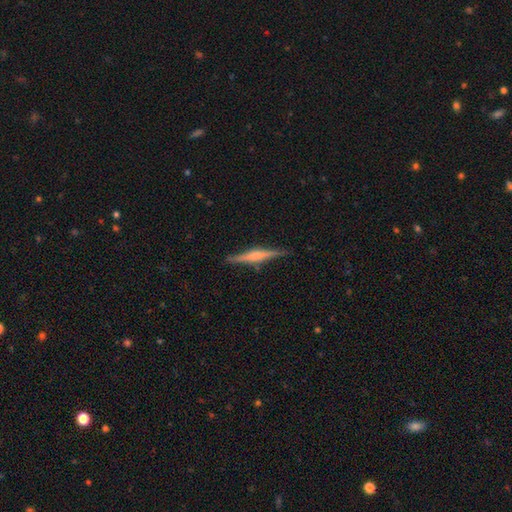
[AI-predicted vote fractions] Smooth or featured? Predicted: featured or disk (p=0.68). Edge-on disk? Predicted: yes (p=0.98). Edge-on bulge? Predicted: rounded (p=0.62). Merging? Predicted: none (p=0.88).